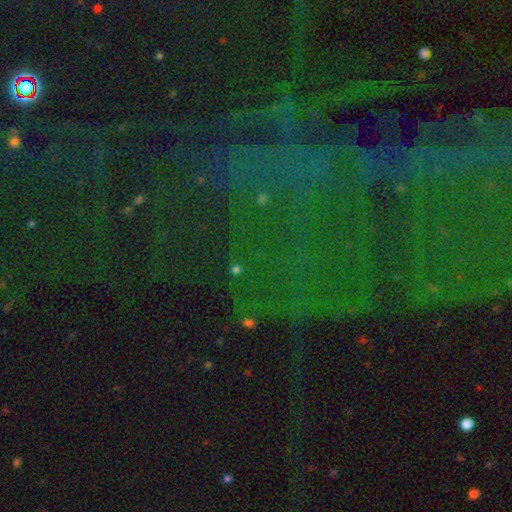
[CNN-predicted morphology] A star or artifact, not a galaxy (82%).